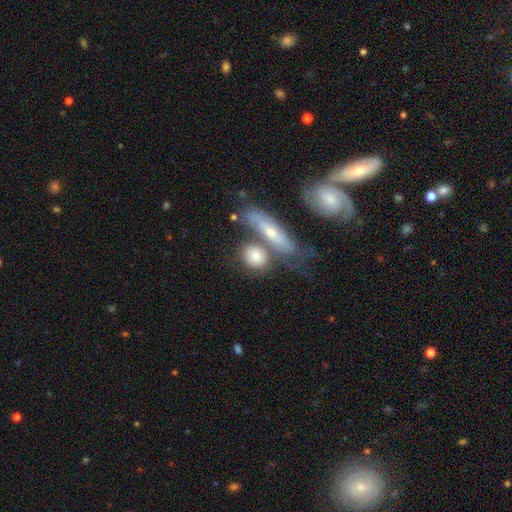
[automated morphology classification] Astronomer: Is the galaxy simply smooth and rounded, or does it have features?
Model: smooth — 70%.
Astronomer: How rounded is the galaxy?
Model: round — 49% (runner-up: in between, 38%).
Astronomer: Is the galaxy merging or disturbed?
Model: none — 44% (runner-up: merger, 35%).